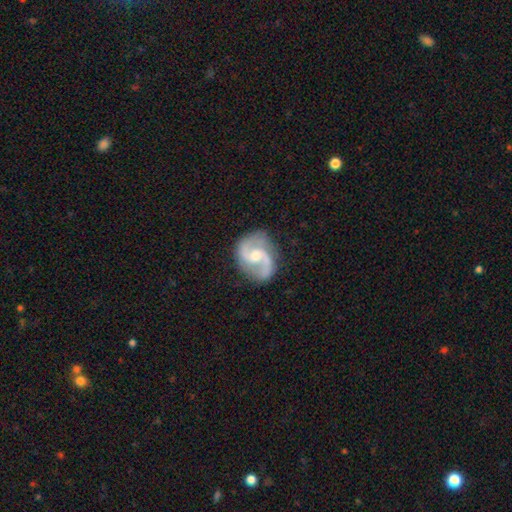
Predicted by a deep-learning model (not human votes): A featured or disk galaxy (91%) with a weak bar (49%), 2 (93%) medium (56%) spiral arms (98%) and a moderate central bulge (61%).

Vote fractions:
- Smooth or featured? featured or disk: 91% / smooth: 5% / star or artifact: 4%
- Edge-on disk? no: 98% / yes: 2%
- Bar? weak: 49% / no: 39% / strong: 12%
- Spiral arms? yes: 98% / no: 2%
- Spiral winding? medium: 56% / loose: 31% / tight: 13%
- Spiral arm count? 2: 93% / can't tell: 2% / 1: 2% / 3: 1% / 4: 1% / more than 4: 1%
- Bulge size? moderate: 61% / small: 32% / large: 3% / none: 3% / dominant: 1%
- Merging? none: 81% / minor disturbance: 14% / major disturbance: 4% / merger: 1%